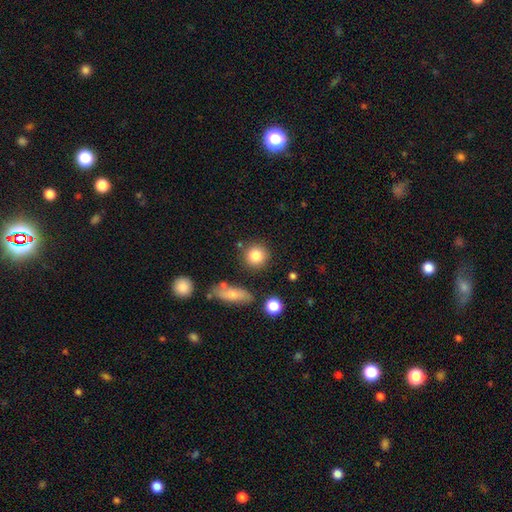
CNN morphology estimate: smooth_or_featured: smooth (p=0.83) [alt: star or artifact p=0.10]
how_rounded: round (p=0.89) [alt: in between p=0.09]
merging: none (p=0.82) [alt: minor disturbance p=0.09]